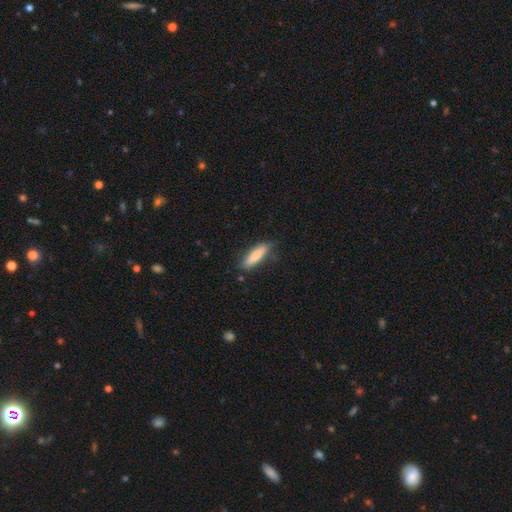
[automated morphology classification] Smooth or featured?
  - smooth: 82% *
  - featured or disk: 13%
  - star or artifact: 6%
How rounded?
  - cigar-shaped: 61% *
  - in between: 37%
  - round: 2%
Merging?
  - none: 76% *
  - minor disturbance: 18%
  - major disturbance: 4%
  - merger: 2%